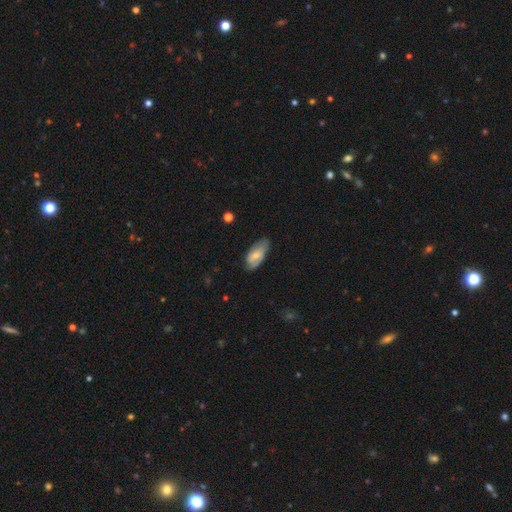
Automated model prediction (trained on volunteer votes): smooth-or-featured: smooth: 53% | featured or disk: 41% | star or artifact: 6%
  how-rounded: in between: 89% | cigar-shaped: 8% | round: 3%
  merging: none: 67% | minor disturbance: 26% | major disturbance: 6% | merger: 1%